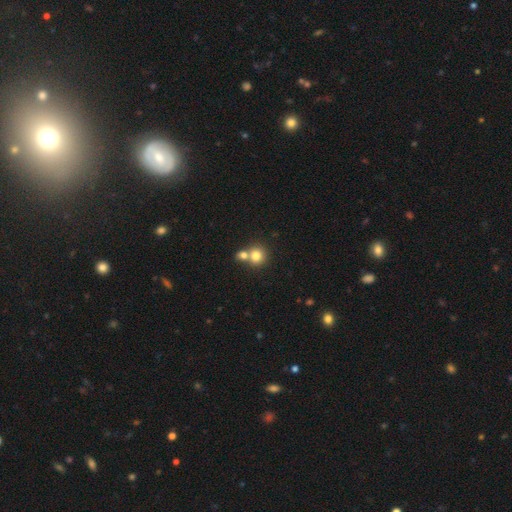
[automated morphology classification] smooth_or_featured: smooth (p=0.79) [alt: star or artifact p=0.11]
how_rounded: round (p=0.83) [alt: in between p=0.16]
merging: none (p=0.46) [alt: merger p=0.45]